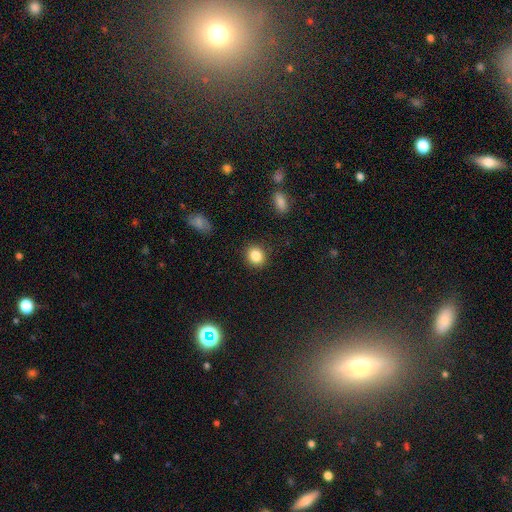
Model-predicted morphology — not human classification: Smooth or featured? Predicted: smooth (p=0.85). How rounded? Predicted: round (p=0.75). Merging? Predicted: none (p=0.89).